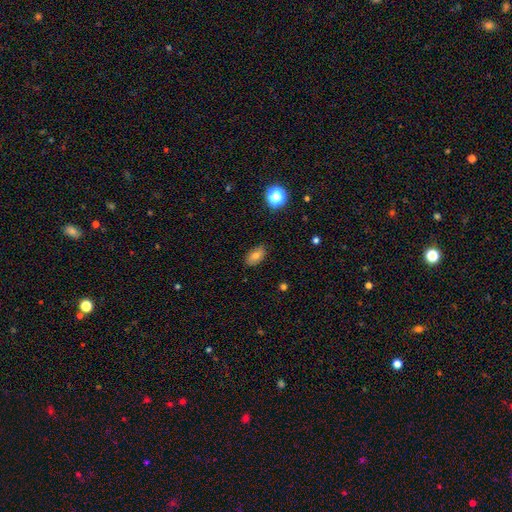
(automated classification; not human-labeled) smooth-or-featured: smooth: 74% | featured or disk: 15% | star or artifact: 11%
  how-rounded: in between: 89% | round: 9% | cigar-shaped: 2%
  merging: none: 83% | minor disturbance: 13% | major disturbance: 2% | merger: 1%